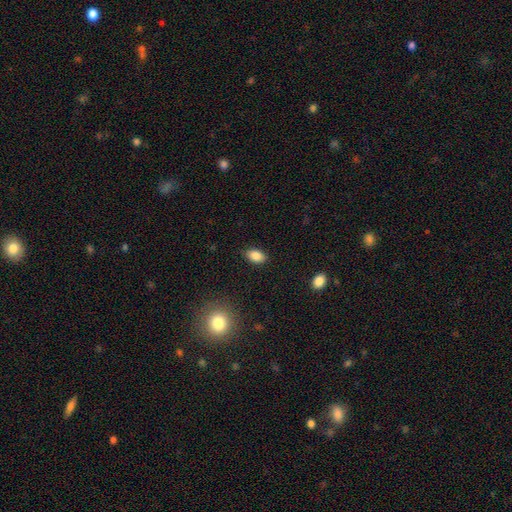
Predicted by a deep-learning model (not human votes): Overall: smooth (86%). How rounded: in between (88%). Merging: none (87%).